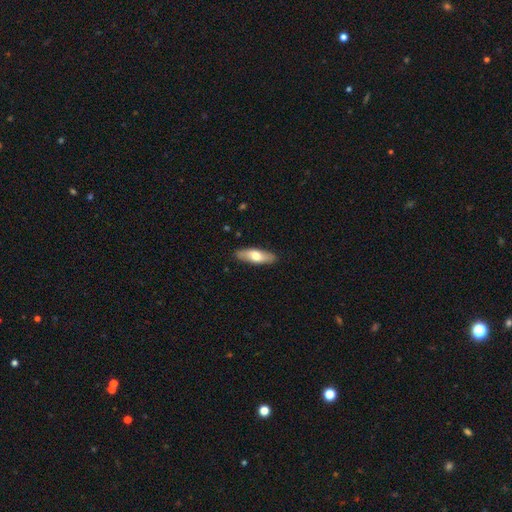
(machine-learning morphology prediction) smooth-or-featured: smooth: 65% | featured or disk: 29% | star or artifact: 5%
  how-rounded: in between: 58% | cigar-shaped: 40% | round: 2%
  merging: none: 88% | minor disturbance: 10% | major disturbance: 2% | merger: 1%